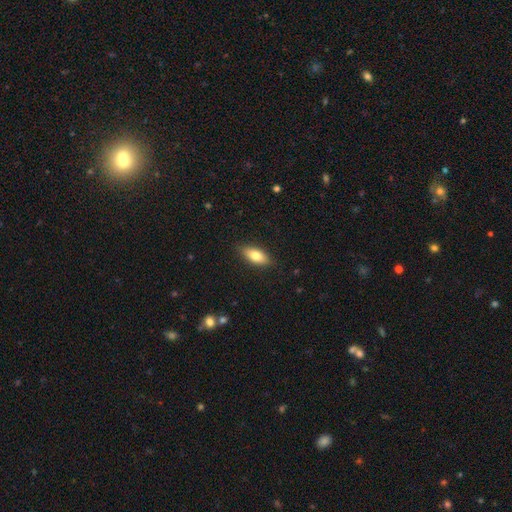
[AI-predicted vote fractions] smooth-or-featured: smooth: 77% | featured or disk: 16% | star or artifact: 7%
  how-rounded: in between: 82% | cigar-shaped: 15% | round: 3%
  merging: none: 87% | minor disturbance: 10% | major disturbance: 2% | merger: 1%